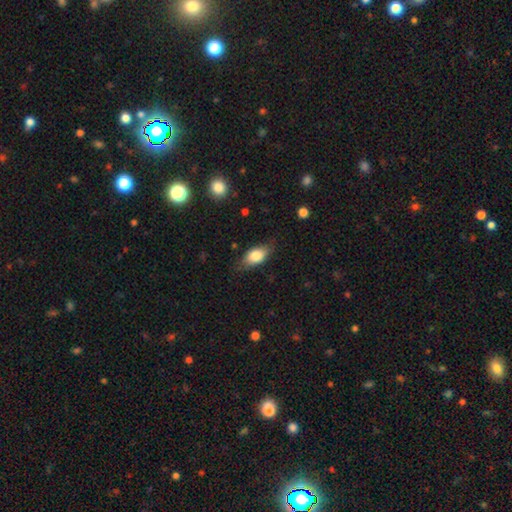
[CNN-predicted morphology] Smooth or featured? smooth (78%)
How rounded? in between (87%)
Merging? none (74%)